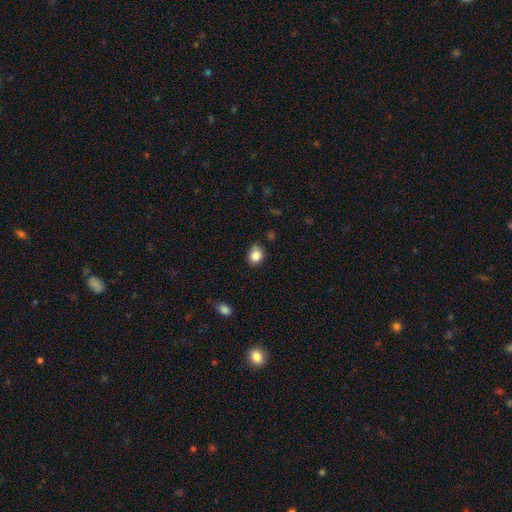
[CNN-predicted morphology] This appears to be a smooth galaxy with no disk features (85%) that is round (64%). Merging: none (69%).